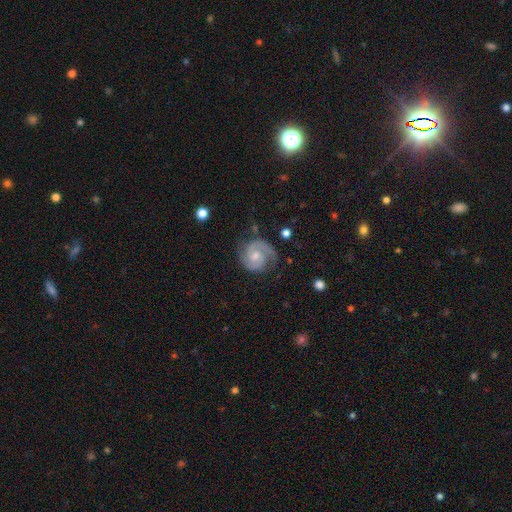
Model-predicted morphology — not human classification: A featured or disk galaxy (88%) with no bar (57%), 2 (87%) tight (48%) spiral arms (98%) and a small central bulge (47%). Merging: none (75%).